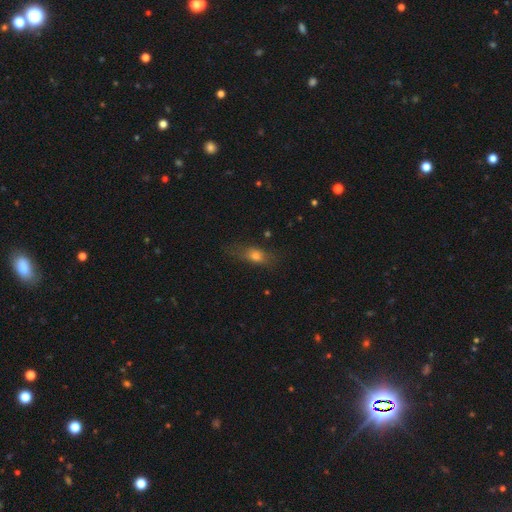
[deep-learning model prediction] This is likely a smooth galaxy (64%). How rounded: possibly in between (59%). Merging: likely none (66%).